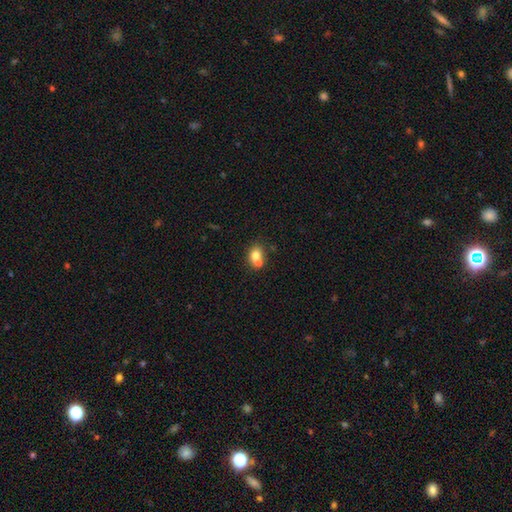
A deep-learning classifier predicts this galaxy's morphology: smooth-or-featured: smooth: 72% | featured or disk: 17% | star or artifact: 11%
  how-rounded: round: 60% | in between: 39% | cigar-shaped: 1%
  merging: merger: 54% | none: 35% | minor disturbance: 8% | major disturbance: 3%